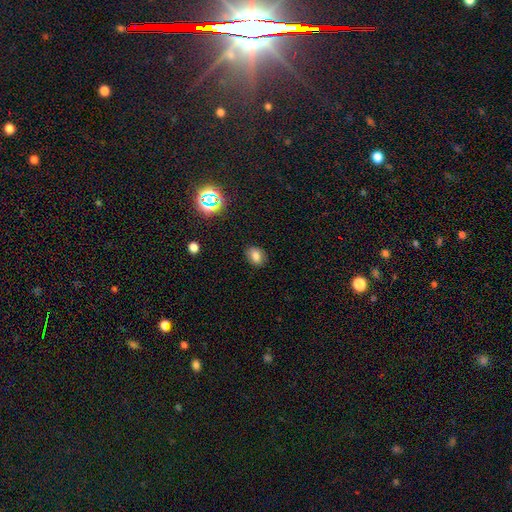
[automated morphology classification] The model was most divided on "how rounded": in between: 67%, round: 31%, cigar-shaped: 1%. More confident: merging — none (84%); smooth or featured — smooth (77%).